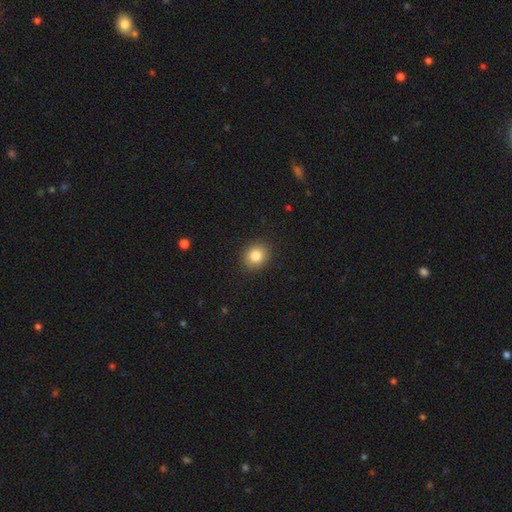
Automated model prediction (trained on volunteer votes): Q: Smooth or featured?
A: smooth (83%); runner-up: star or artifact (10%)
Q: How rounded?
A: round (76%); runner-up: in between (23%)
Q: Merging?
A: none (91%); runner-up: minor disturbance (6%)